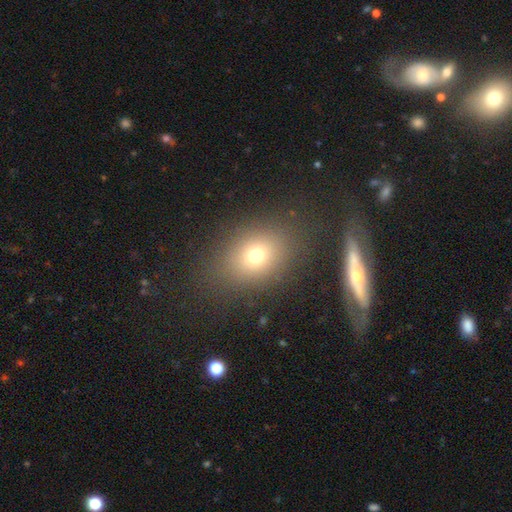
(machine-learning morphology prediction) smooth 72%, star or artifact 16%, featured or disk 12%. Down the decision tree: how rounded — in between (58%); merging — none (80%).